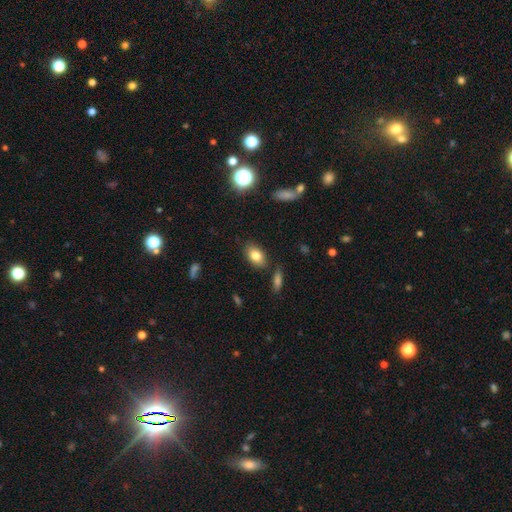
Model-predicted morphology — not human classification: smooth_or_featured: smooth (p=0.81) [alt: featured or disk p=0.11]
how_rounded: in between (p=0.88) [alt: round p=0.10]
merging: none (p=0.82) [alt: minor disturbance p=0.11]